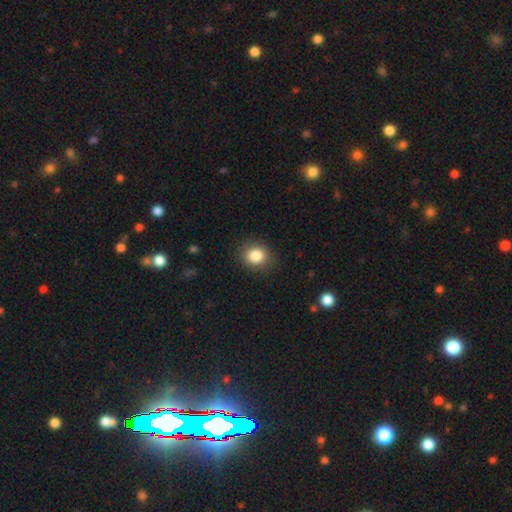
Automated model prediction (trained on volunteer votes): Q: Smooth or featured?
A: smooth (85%); runner-up: star or artifact (10%)
Q: How rounded?
A: round (68%); runner-up: in between (32%)
Q: Merging?
A: none (86%); runner-up: minor disturbance (10%)